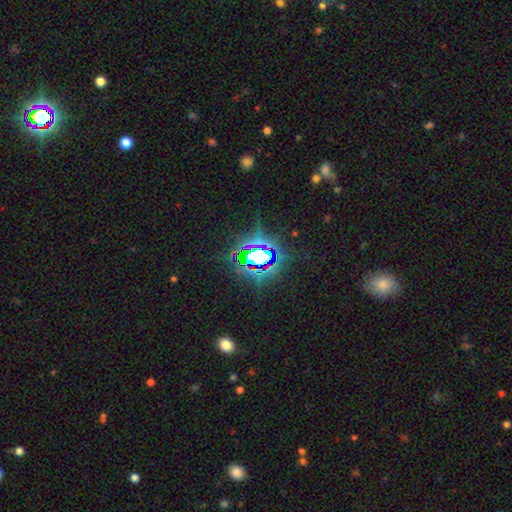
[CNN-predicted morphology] type=star or artifact (76%).